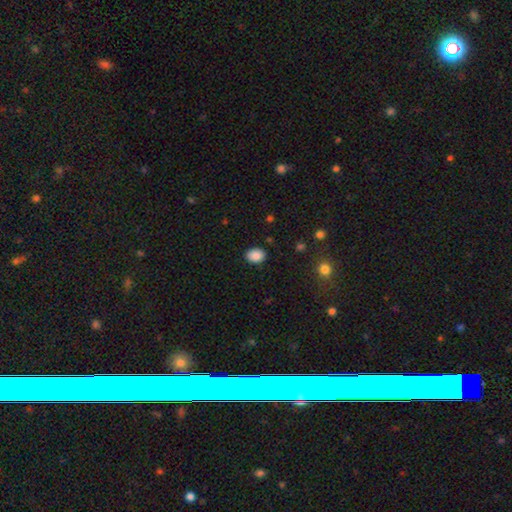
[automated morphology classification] smooth-or-featured: smooth: 89% | star or artifact: 8% | featured or disk: 3%
  how-rounded: in between: 65% | round: 34% | cigar-shaped: 1%
  merging: none: 87% | minor disturbance: 10% | major disturbance: 2% | merger: 1%